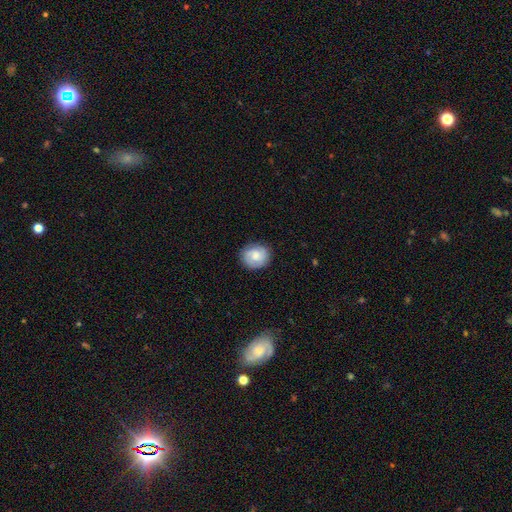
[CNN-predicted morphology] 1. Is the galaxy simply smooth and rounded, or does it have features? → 62% smooth, 30% featured or disk, 8% star or artifact.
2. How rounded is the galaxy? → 72% round, 27% in between, 1% cigar-shaped.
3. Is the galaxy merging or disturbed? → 84% none, 12% minor disturbance, 3% major disturbance, 1% merger.